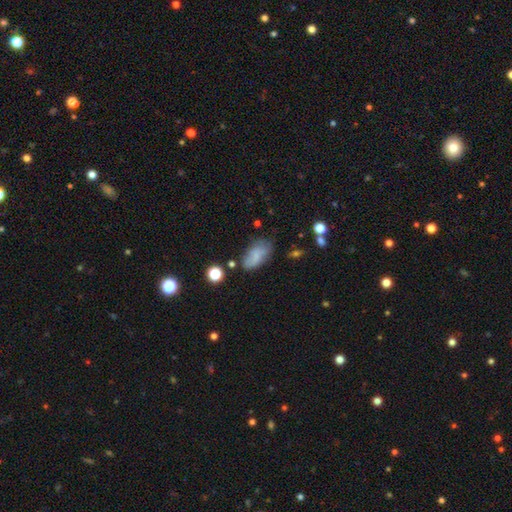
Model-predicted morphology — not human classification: Smooth or featured?
  - smooth: 72% *
  - featured or disk: 18%
  - star or artifact: 10%
How rounded?
  - in between: 91% *
  - round: 5%
  - cigar-shaped: 4%
Merging?
  - none: 57% *
  - minor disturbance: 27%
  - major disturbance: 10%
  - merger: 5%